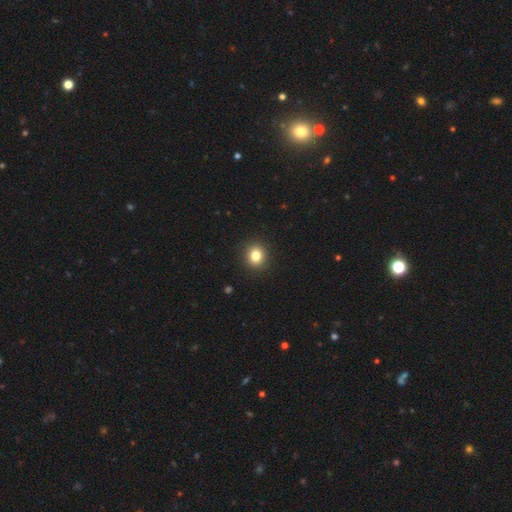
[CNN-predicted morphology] A smooth galaxy with no disk features (82%) that is round (83%).

Vote fractions:
- Smooth or featured? smooth: 82% / star or artifact: 12% / featured or disk: 6%
- How rounded? round: 83% / in between: 16% / cigar-shaped: 1%
- Merging? none: 92% / minor disturbance: 5% / major disturbance: 2% / merger: 1%